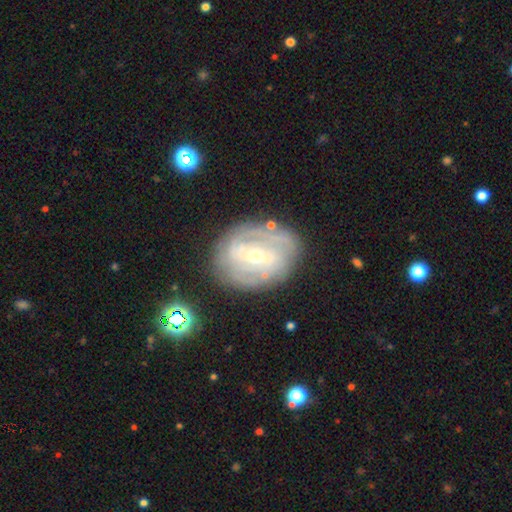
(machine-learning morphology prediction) Smooth or featured: featured or disk — 80% (smooth — 14%)
Edge-on disk: no — 96% (yes — 4%)
Bar: weak — 44% (no — 29%)
Spiral arms: yes — 82% (no — 18%)
Spiral winding: tight — 63% (medium — 28%)
Spiral arm count: 2 — 37% (can't tell — 36%)
Bulge size: moderate — 49% (small — 47%)
Merging: none — 75% (minor disturbance — 17%)